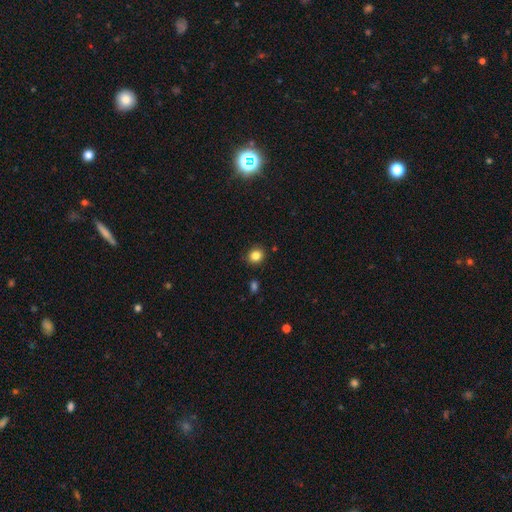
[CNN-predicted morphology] smooth 84%, star or artifact 11%, featured or disk 5%. Down the decision tree: how rounded — round (79%); merging — none (87%).